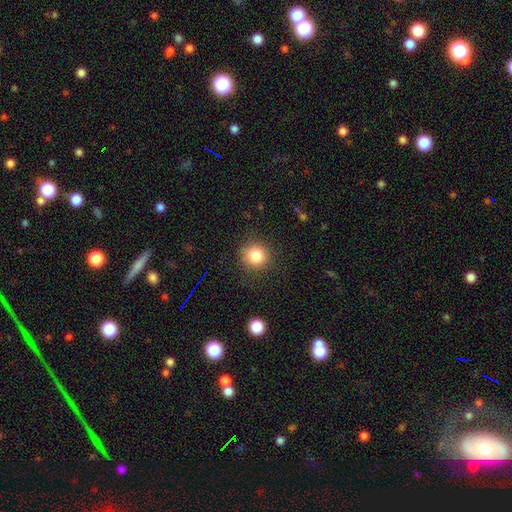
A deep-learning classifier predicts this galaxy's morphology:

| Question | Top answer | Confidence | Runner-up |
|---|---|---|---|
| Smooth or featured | smooth | 82% | star or artifact (12%) |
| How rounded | round | 91% | in between (8%) |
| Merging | none | 86% | minor disturbance (10%) |